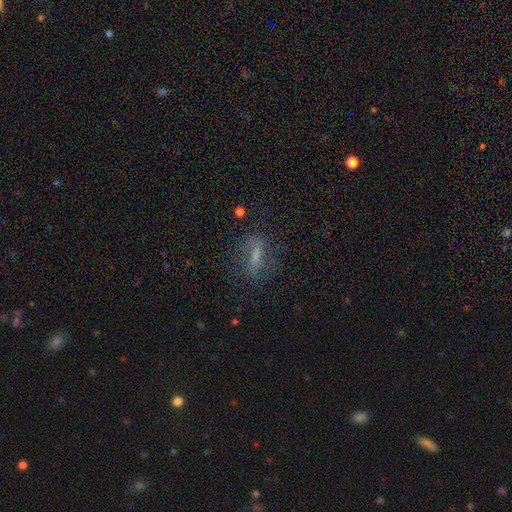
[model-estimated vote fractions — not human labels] This is possibly a smooth galaxy (47%). Merging: likely none (70%).